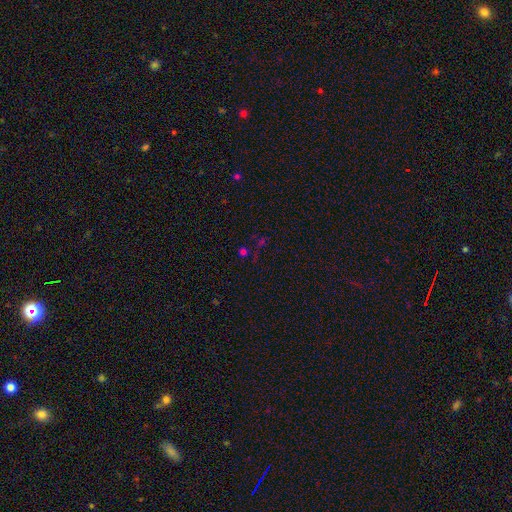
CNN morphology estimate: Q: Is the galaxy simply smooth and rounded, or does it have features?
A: star or artifact — 57%.